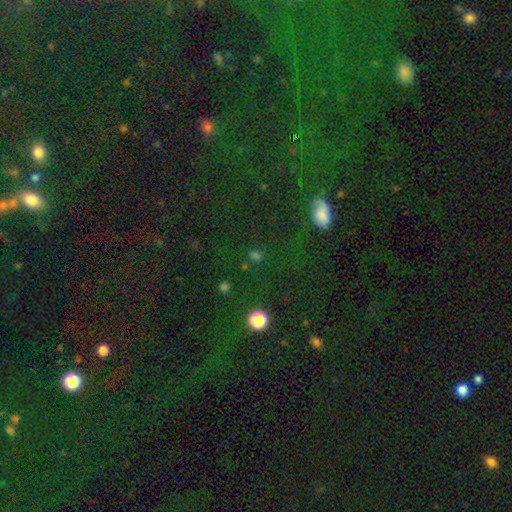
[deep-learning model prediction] Smooth or featured?
  - smooth: 51% *
  - star or artifact: 40%
  - featured or disk: 9%
How rounded?
  - round: 73% *
  - in between: 24%
  - cigar-shaped: 4%
Merging?
  - none: 79% *
  - minor disturbance: 10%
  - major disturbance: 5%
  - merger: 5%